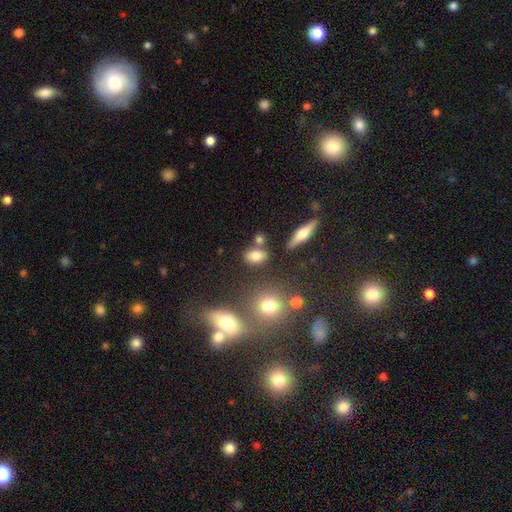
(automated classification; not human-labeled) smooth_or_featured: smooth (p=0.78) [alt: star or artifact p=0.11]
how_rounded: in between (p=0.78) [alt: round p=0.18]
merging: none (p=0.71) [alt: minor disturbance p=0.13]